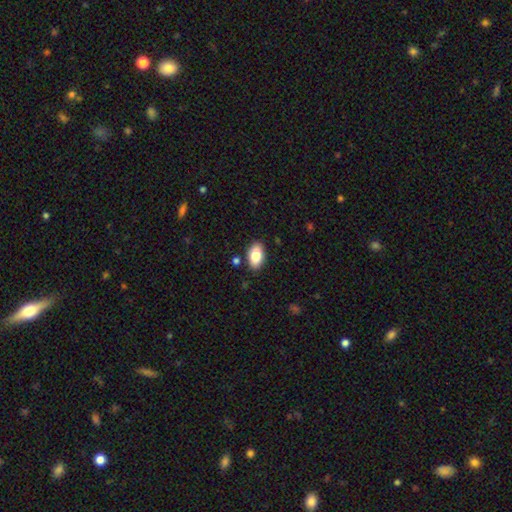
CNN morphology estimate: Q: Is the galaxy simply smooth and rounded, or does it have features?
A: smooth — 82%.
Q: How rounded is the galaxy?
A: in between — 92%.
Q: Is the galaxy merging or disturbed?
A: none — 87%.